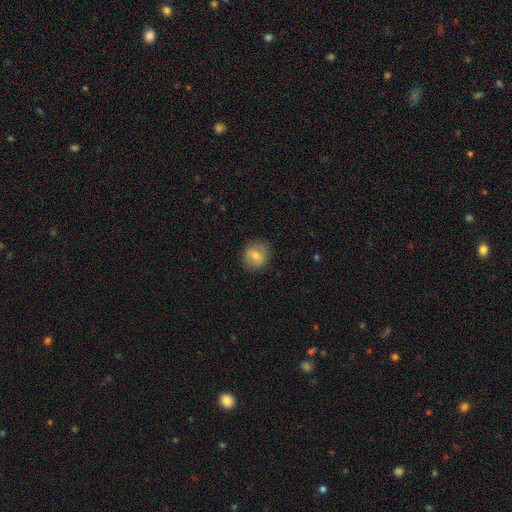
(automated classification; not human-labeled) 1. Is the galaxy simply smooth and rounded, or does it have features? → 72% smooth, 19% featured or disk, 8% star or artifact.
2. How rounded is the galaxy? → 80% round, 19% in between, 1% cigar-shaped.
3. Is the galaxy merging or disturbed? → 85% none, 11% minor disturbance, 3% major disturbance, 1% merger.